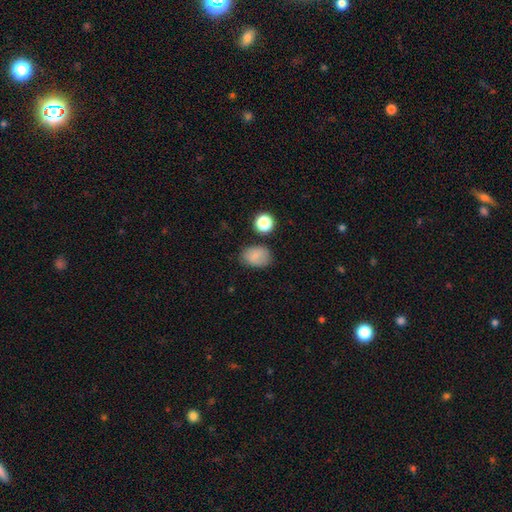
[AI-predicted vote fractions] Smooth or featured: smooth — 81% (star or artifact — 10%)
How rounded: in between — 76% (round — 23%)
Merging: none — 76% (minor disturbance — 16%)